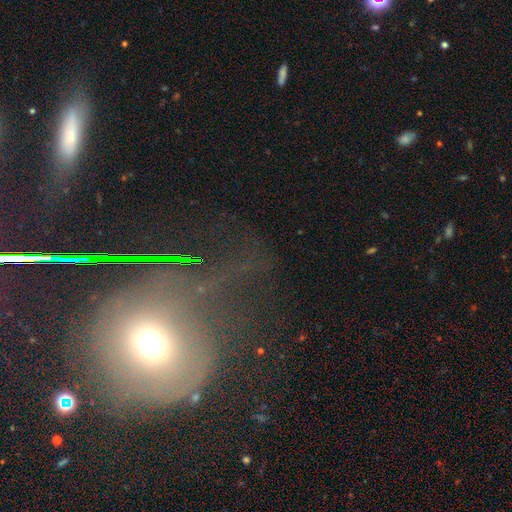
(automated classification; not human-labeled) The model was most divided on "smooth or featured": star or artifact: 40%, smooth: 34%, featured or disk: 26%.